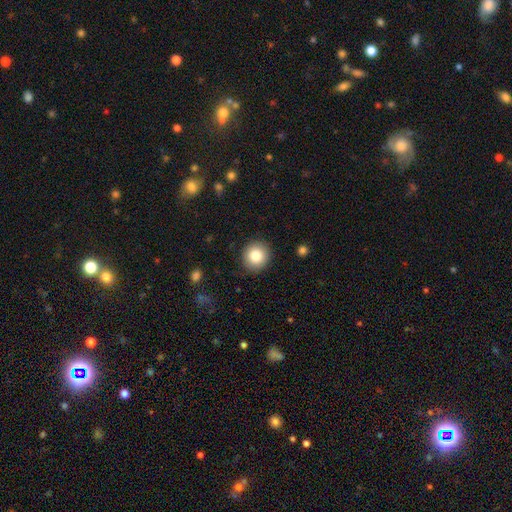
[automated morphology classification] smooth 81%, star or artifact 9%, featured or disk 9%. Down the decision tree: how rounded — round (91%); merging — none (90%).